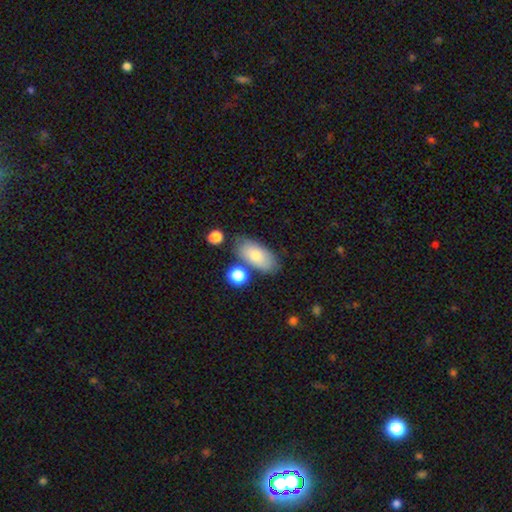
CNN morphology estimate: Q: Smooth or featured?
A: smooth (77%); runner-up: featured or disk (16%)
Q: How rounded?
A: in between (91%); runner-up: cigar-shaped (5%)
Q: Merging?
A: none (70%); runner-up: minor disturbance (15%)